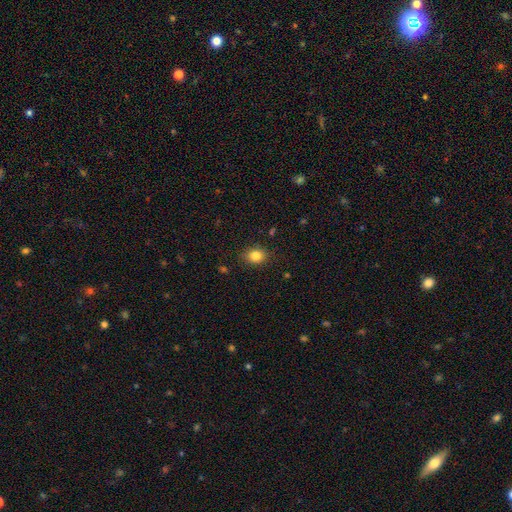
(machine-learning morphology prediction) Overall: smooth (84%). How rounded: round (54%; in between 45%). Merging: none (87%).